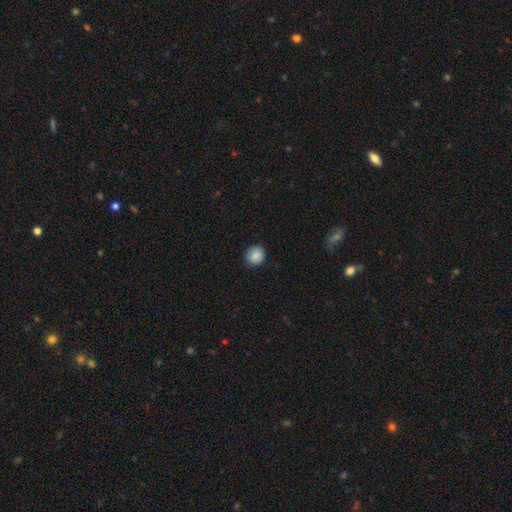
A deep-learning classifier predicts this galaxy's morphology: Smooth or featured? Predicted: smooth (p=0.87). How rounded? Predicted: round (p=0.89). Merging? Predicted: none (p=0.89).